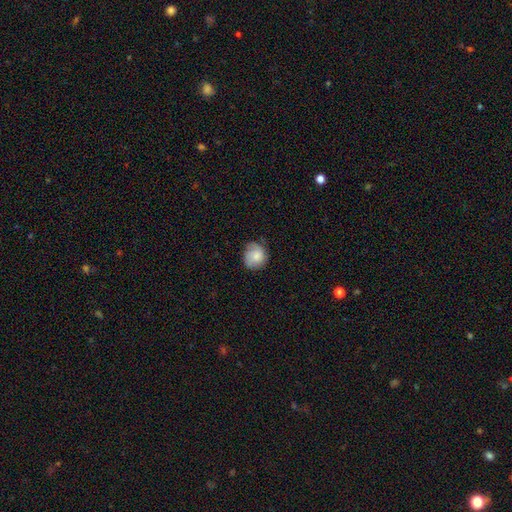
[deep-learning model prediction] Smooth or featured? Predicted: smooth (p=0.75). How rounded? Predicted: round (p=0.79). Merging? Predicted: none (p=0.65).